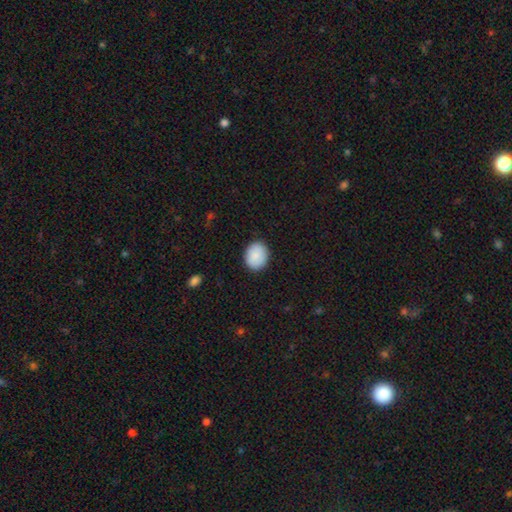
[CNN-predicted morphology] Overall: smooth (88%). How rounded: round (52%; in between 48%). Merging: none (89%).